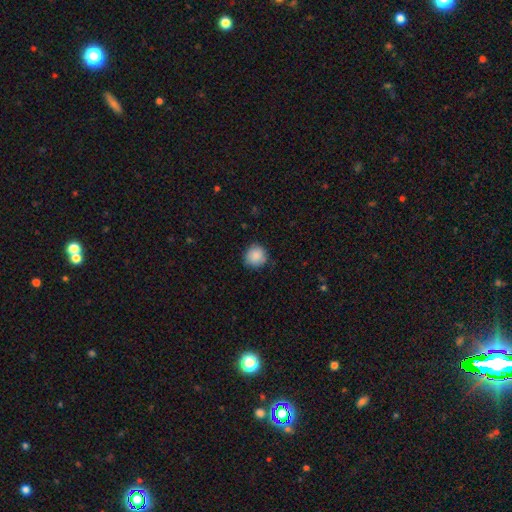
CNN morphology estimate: Smooth or featured? smooth (87%)
How rounded? round (91%)
Merging? none (83%)